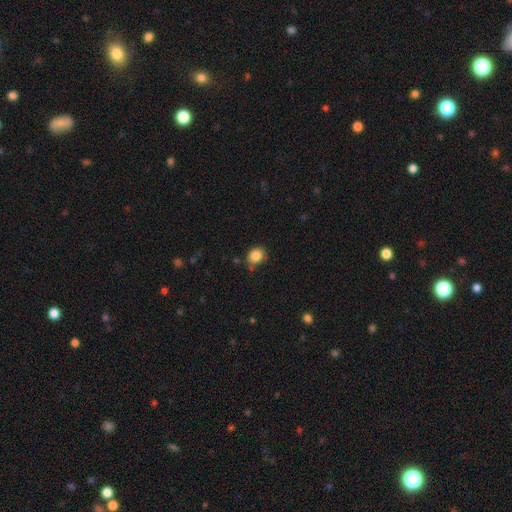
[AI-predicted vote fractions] A smooth galaxy with no disk features (85%) that is round (74%). Merging: none (72%).